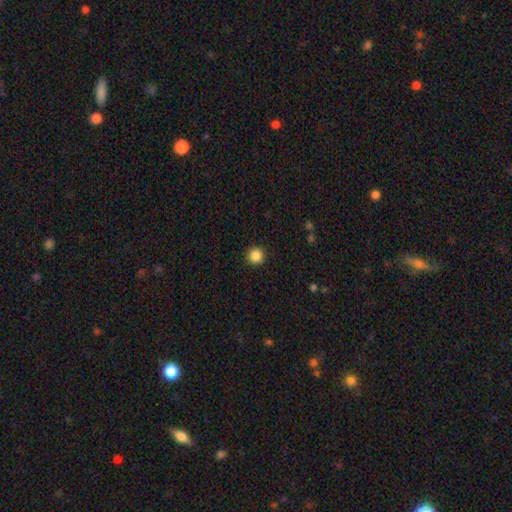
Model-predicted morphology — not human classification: smooth 86%, star or artifact 10%, featured or disk 3%. Down the decision tree: how rounded — round (95%); merging — none (93%).